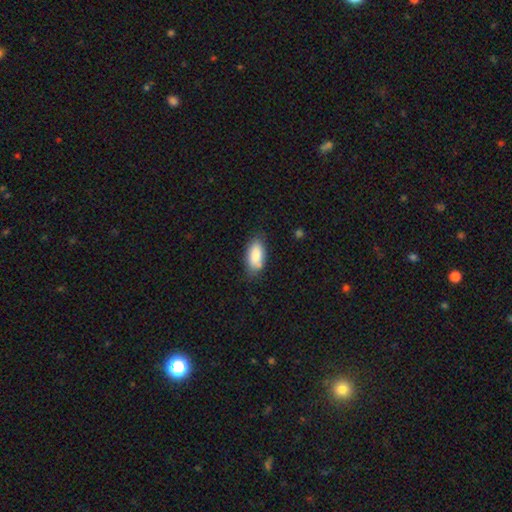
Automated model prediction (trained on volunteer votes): Morphology: type=smooth (85%); roundness=in between (91%); merging=none (72%).